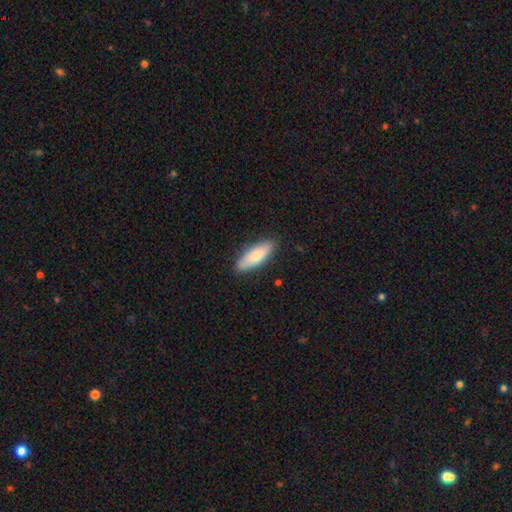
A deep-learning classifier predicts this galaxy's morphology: Overall: smooth (79%). How rounded: in between (60%; cigar-shaped 39%). Merging: none (86%).